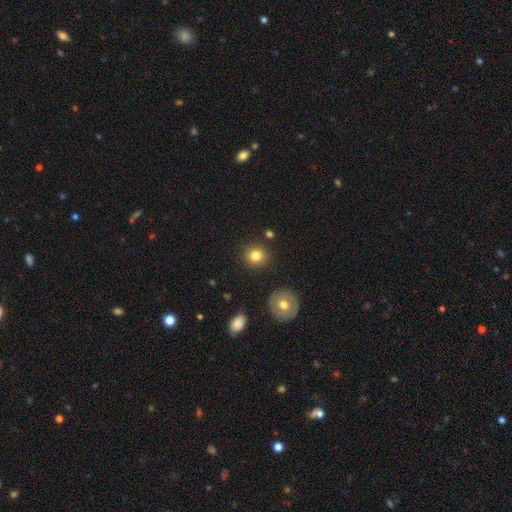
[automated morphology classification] smooth 81%, star or artifact 11%, featured or disk 8%. Down the decision tree: how rounded — round (90%); merging — none (88%).